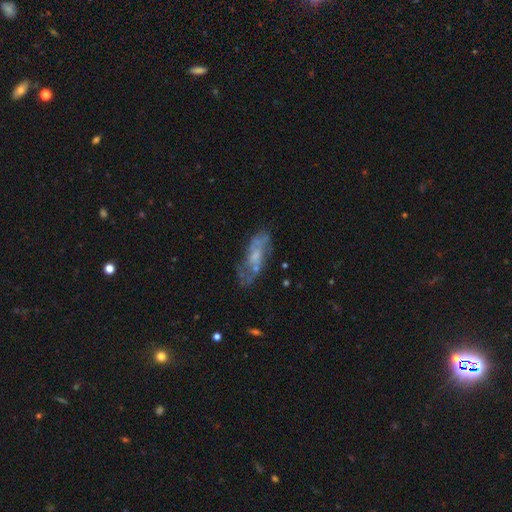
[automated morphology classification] smooth_or_featured: featured or disk (p=0.63) [alt: smooth p=0.28]
disk_edge_on: no (p=0.83) [alt: yes p=0.17]
bar: no (p=0.63) [alt: weak p=0.31]
has_spiral_arms: yes (p=0.60) [alt: no p=0.40]
bulge_size: small (p=0.41) [alt: moderate p=0.30]
merging: none (p=0.58) [alt: minor disturbance p=0.22]